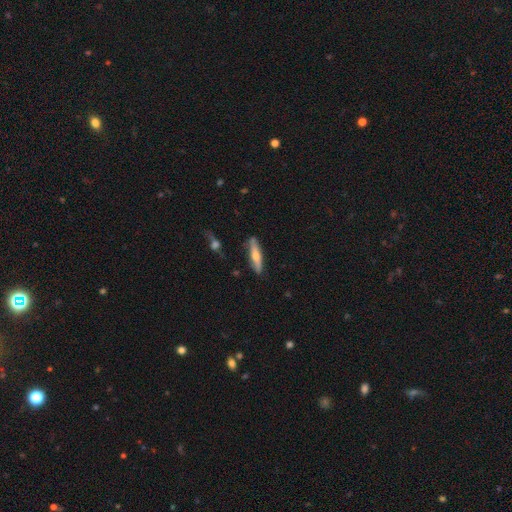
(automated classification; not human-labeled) Q: Smooth or featured?
A: smooth (48%); runner-up: featured or disk (46%)
Q: Merging?
A: none (82%); runner-up: minor disturbance (13%)